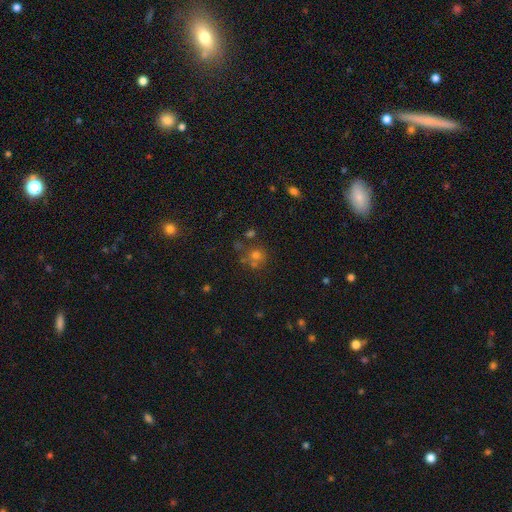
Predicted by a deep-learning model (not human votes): Q: Smooth or featured?
A: smooth (60%); runner-up: star or artifact (28%)
Q: How rounded?
A: round (87%); runner-up: in between (12%)
Q: Merging?
A: none (63%); runner-up: merger (21%)